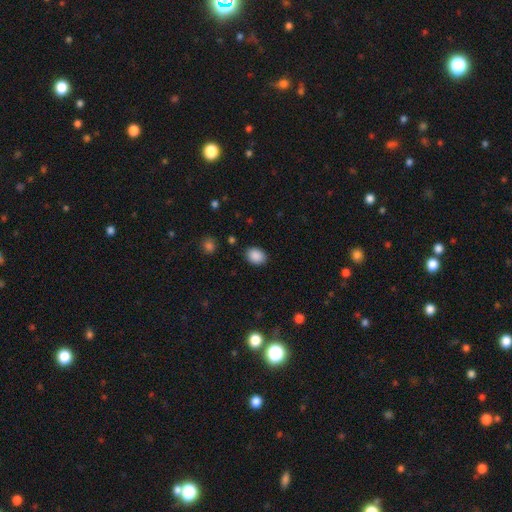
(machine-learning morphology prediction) Overall: smooth (89%). How rounded: in between (70%). Merging: none (87%).